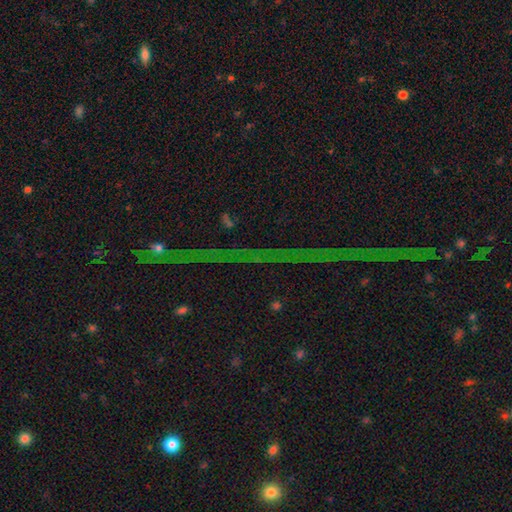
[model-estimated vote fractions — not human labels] smooth-or-featured: star or artifact: 81% | featured or disk: 11% | smooth: 8%